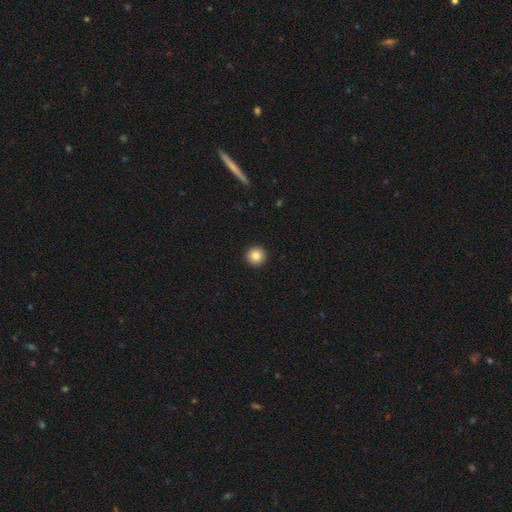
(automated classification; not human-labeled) Q: Smooth or featured?
A: smooth (86%); runner-up: star or artifact (9%)
Q: How rounded?
A: round (96%); runner-up: in between (3%)
Q: Merging?
A: none (94%); runner-up: minor disturbance (4%)